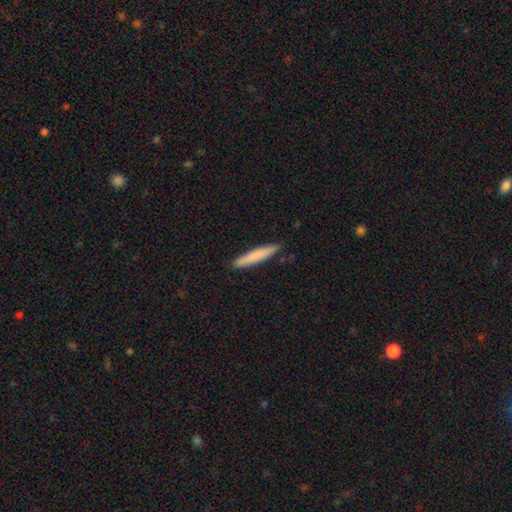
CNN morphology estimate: Overall: smooth (79%). How rounded: cigar-shaped (94%). Merging: none (90%).